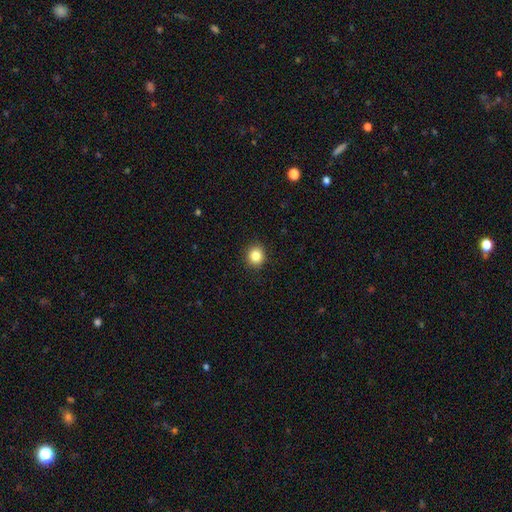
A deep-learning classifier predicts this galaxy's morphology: smooth-or-featured: smooth: 85% | star or artifact: 10% | featured or disk: 5%
  how-rounded: round: 85% | in between: 14% | cigar-shaped: 1%
  merging: none: 92% | minor disturbance: 6% | major disturbance: 2% | merger: 1%